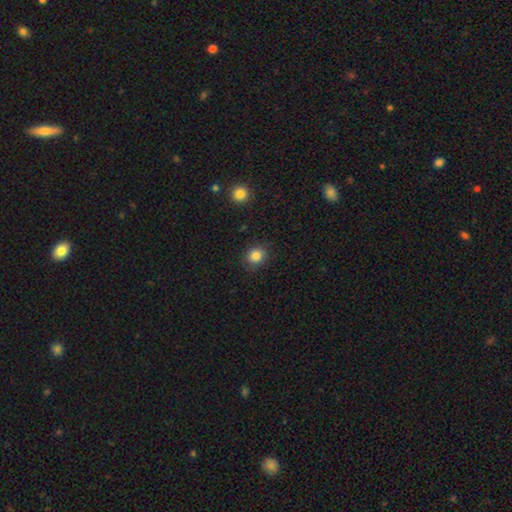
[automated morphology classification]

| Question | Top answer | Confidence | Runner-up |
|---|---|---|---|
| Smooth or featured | smooth | 85% | star or artifact (11%) |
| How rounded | round | 76% | in between (23%) |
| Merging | none | 87% | minor disturbance (9%) |